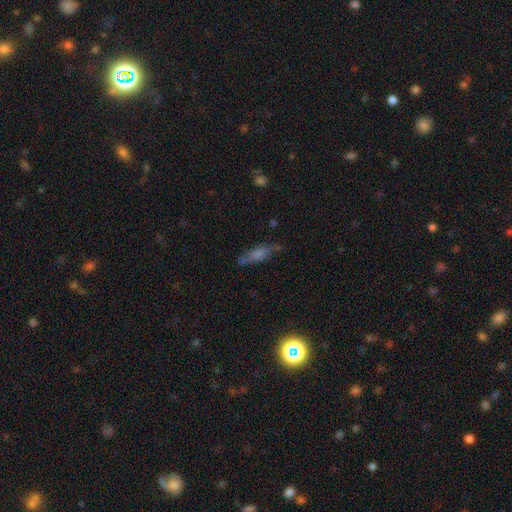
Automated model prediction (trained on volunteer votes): Smooth or featured? Predicted: featured or disk (p=0.41). Merging? Predicted: none (p=0.73).